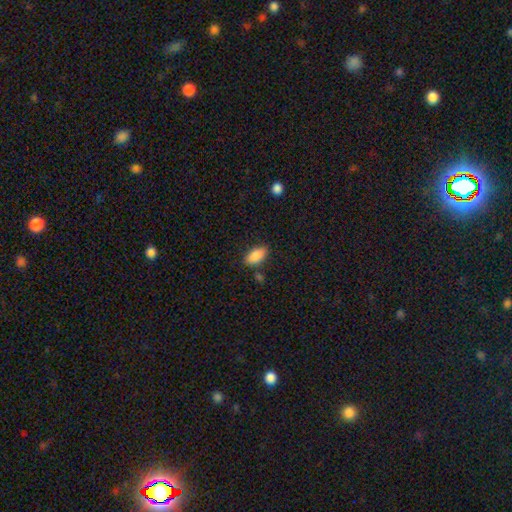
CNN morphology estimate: Overall: smooth (88%). How rounded: in between (90%). Merging: none (80%).